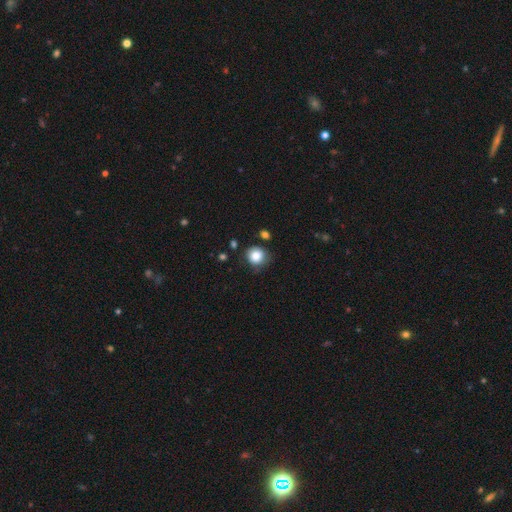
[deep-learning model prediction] The model was most divided on "merging": none: 73%, minor disturbance: 19%, major disturbance: 5%, merger: 4%. More confident: how rounded — round (87%); smooth or featured — smooth (84%).